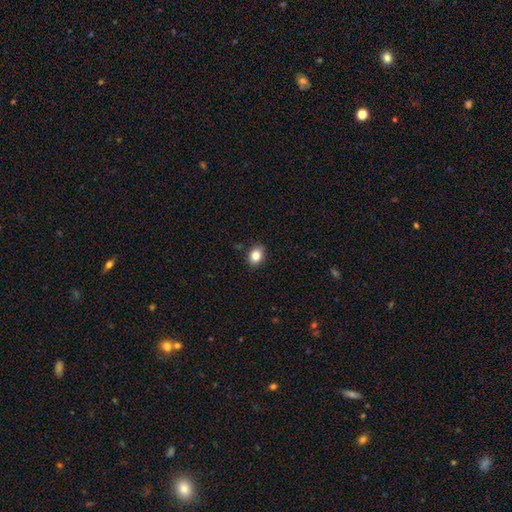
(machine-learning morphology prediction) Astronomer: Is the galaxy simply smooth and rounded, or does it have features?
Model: smooth — 84%.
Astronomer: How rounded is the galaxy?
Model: in between — 66%.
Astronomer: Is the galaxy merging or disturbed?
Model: none — 87%.